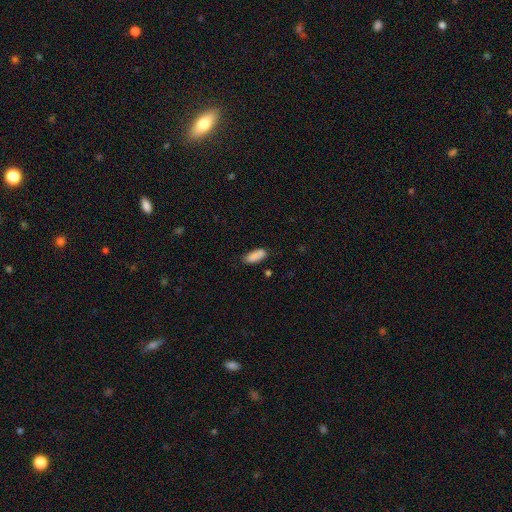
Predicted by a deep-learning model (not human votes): Smooth or featured? smooth (87%)
How rounded? in between (78%)
Merging? none (75%)